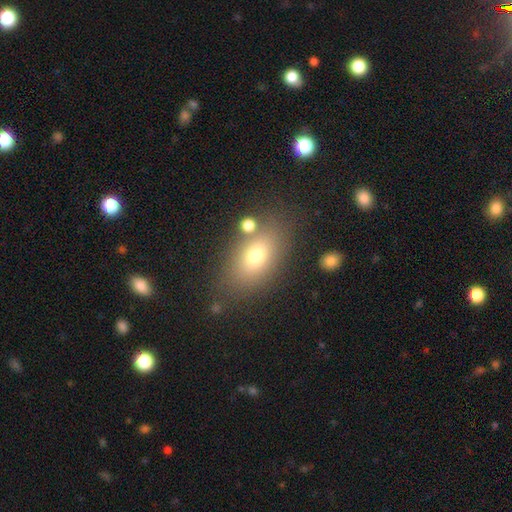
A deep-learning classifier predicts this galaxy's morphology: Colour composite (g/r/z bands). It shows a smooth galaxy with no disk features (71%) that is in between round and cigar-shaped (81%). Merging: none (74%).